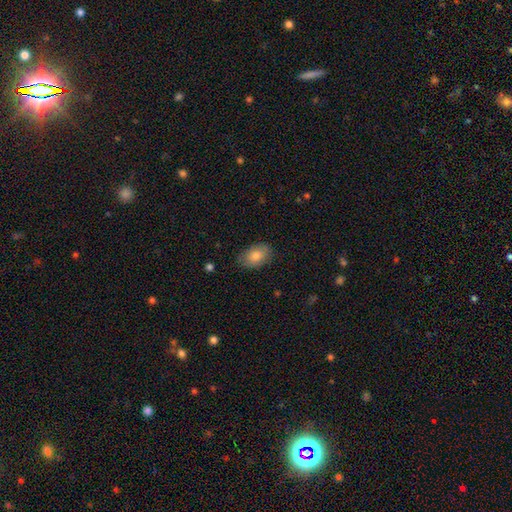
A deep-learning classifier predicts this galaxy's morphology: This is clearly a smooth galaxy (81%). How rounded: clearly in between (87%). Merging: clearly none (82%).